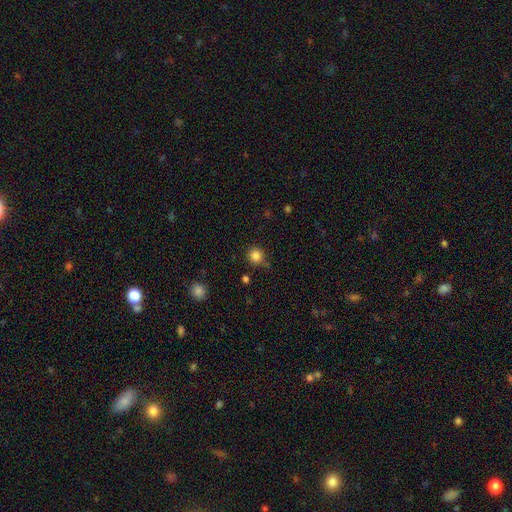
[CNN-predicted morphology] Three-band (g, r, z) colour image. It shows a smooth galaxy with no disk features (84%) that is round (90%). Merging: none (75%).